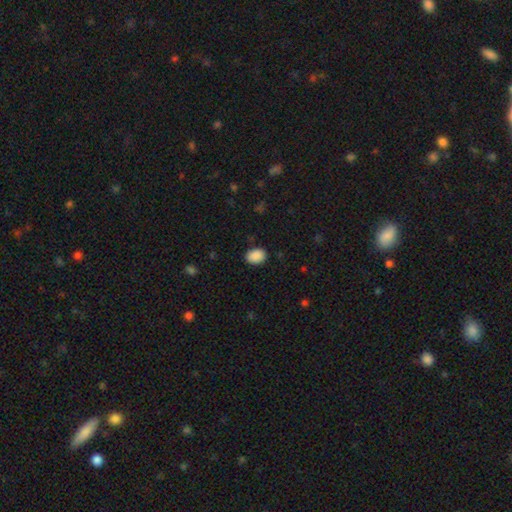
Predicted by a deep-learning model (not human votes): Smooth or featured?
  - smooth: 90% *
  - star or artifact: 8%
  - featured or disk: 3%
How rounded?
  - in between: 73% *
  - round: 26%
  - cigar-shaped: 1%
Merging?
  - none: 87% *
  - minor disturbance: 10%
  - major disturbance: 3%
  - merger: 1%